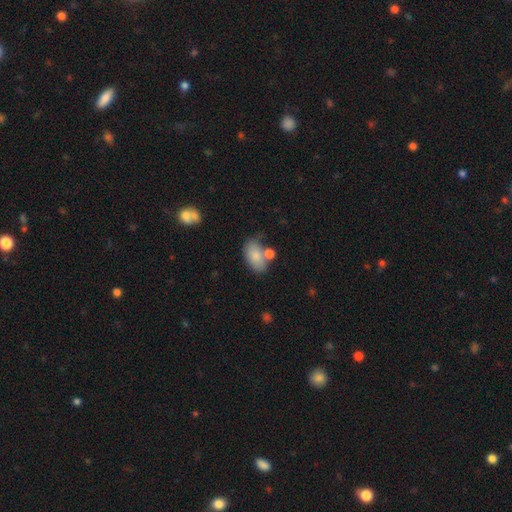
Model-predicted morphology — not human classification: Smooth or featured?
  - smooth: 81% *
  - featured or disk: 12%
  - star or artifact: 7%
How rounded?
  - in between: 91% *
  - round: 8%
  - cigar-shaped: 2%
Merging?
  - none: 52% *
  - merger: 22%
  - minor disturbance: 19%
  - major disturbance: 6%